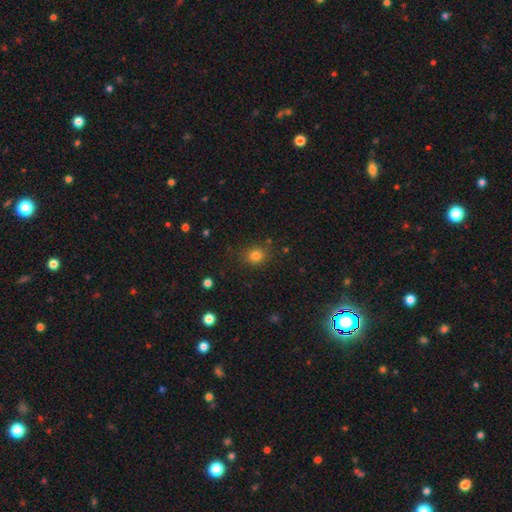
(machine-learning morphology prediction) Q: Smooth or featured?
A: smooth (80%); runner-up: star or artifact (14%)
Q: How rounded?
A: round (72%); runner-up: in between (27%)
Q: Merging?
A: none (83%); runner-up: minor disturbance (11%)